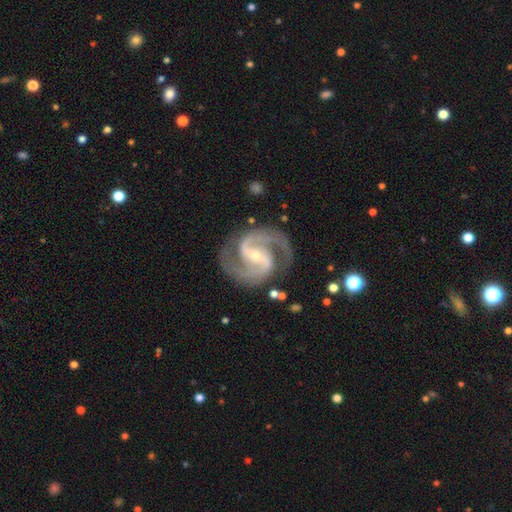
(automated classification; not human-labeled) Q: Smooth or featured?
A: featured or disk (94%); runner-up: star or artifact (4%)
Q: Edge-on disk?
A: no (98%); runner-up: yes (2%)
Q: Bar?
A: weak (38%); runner-up: strong (33%)
Q: Spiral arms?
A: yes (99%); runner-up: no (1%)
Q: Spiral winding?
A: medium (65%); runner-up: tight (26%)
Q: Spiral arm count?
A: 2 (92%); runner-up: 3 (3%)
Q: Bulge size?
A: small (71%); runner-up: moderate (25%)
Q: Merging?
A: none (82%); runner-up: minor disturbance (12%)